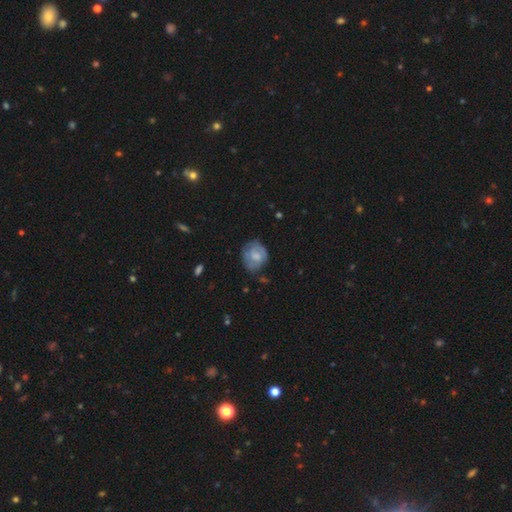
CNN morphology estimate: smooth_or_featured: smooth (p=0.54) [alt: featured or disk p=0.38]
how_rounded: round (p=0.60) [alt: in between p=0.39]
merging: none (p=0.58) [alt: minor disturbance p=0.28]